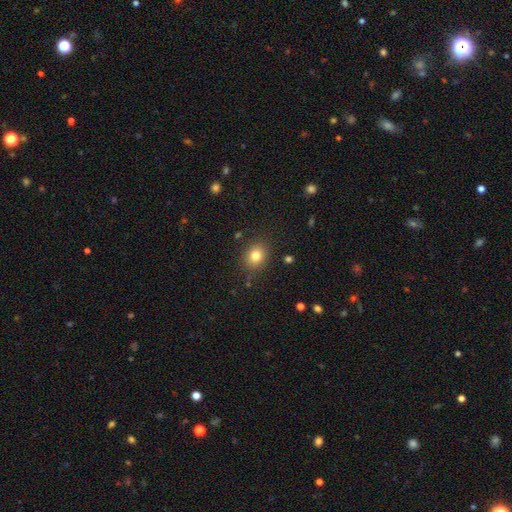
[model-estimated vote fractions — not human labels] smooth-or-featured: smooth: 80% | star or artifact: 12% | featured or disk: 8%
  how-rounded: round: 62% | in between: 37% | cigar-shaped: 1%
  merging: none: 85% | minor disturbance: 10% | major disturbance: 3% | merger: 2%